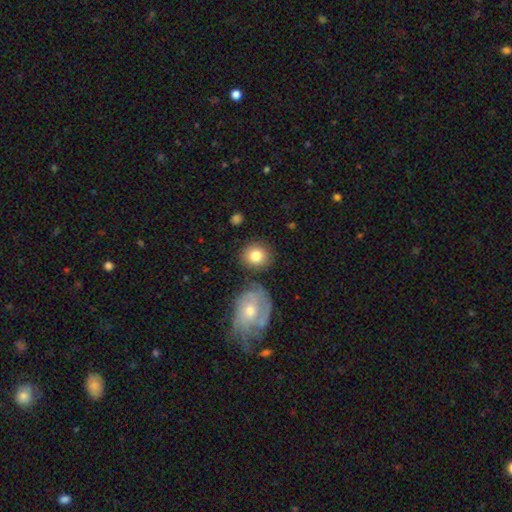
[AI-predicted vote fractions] This appears to be a smooth galaxy with no disk features (80%) that is round (84%). Merging: none (78%).